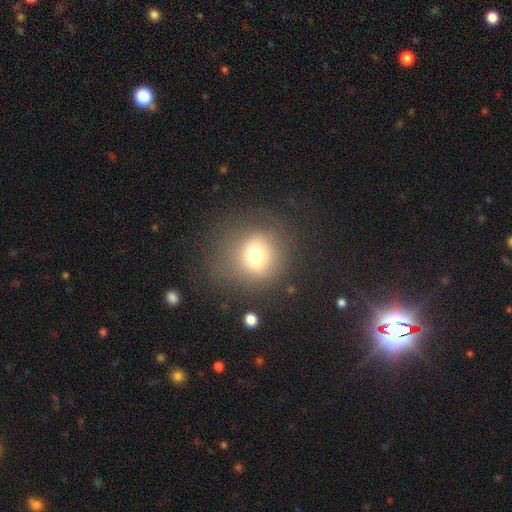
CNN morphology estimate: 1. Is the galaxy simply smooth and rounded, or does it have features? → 72% smooth, 16% star or artifact, 12% featured or disk.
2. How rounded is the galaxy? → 90% round, 9% in between, 1% cigar-shaped.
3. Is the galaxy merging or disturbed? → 74% none, 14% minor disturbance, 10% major disturbance, 2% merger.